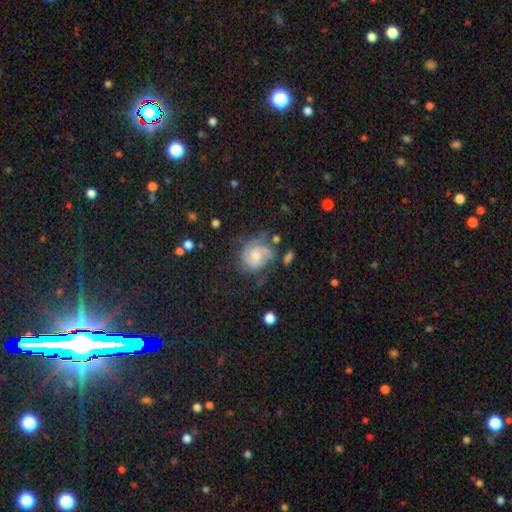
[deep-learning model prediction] Smooth or featured?
  - featured or disk: 66% *
  - smooth: 26%
  - star or artifact: 8%
Edge-on disk?
  - no: 98% *
  - yes: 2%
Bar?
  - no: 64% *
  - weak: 32%
  - strong: 5%
Spiral arms?
  - yes: 88% *
  - no: 12%
Spiral winding?
  - tight: 42% * (tied)
  - medium: 42% * (tied)
  - loose: 16%
Spiral arm count?
  - 2: 45% *
  - can't tell: 26%
  - 3: 12%
  - 1: 11%
  - 4: 3%
  - more than 4: 3%
Bulge size?
  - moderate: 44% *
  - small: 38%
  - large: 8%
  - none: 7%
  - dominant: 2%
Merging?
  - none: 46% *
  - minor disturbance: 25%
  - major disturbance: 24%
  - merger: 5%